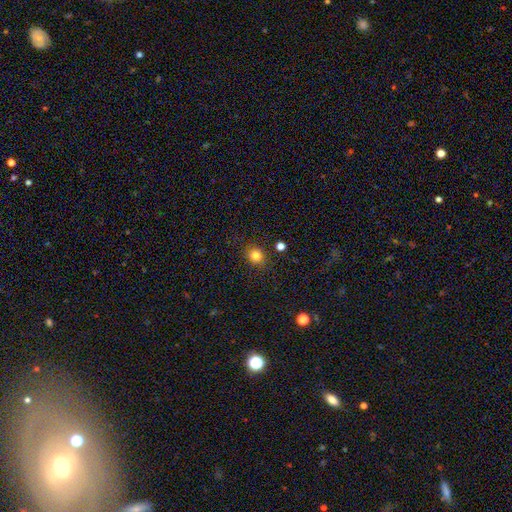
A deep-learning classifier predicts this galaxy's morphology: smooth_or_featured: smooth (p=0.82) [alt: star or artifact p=0.13]
how_rounded: round (p=0.78) [alt: in between p=0.22]
merging: none (p=0.87) [alt: minor disturbance p=0.08]